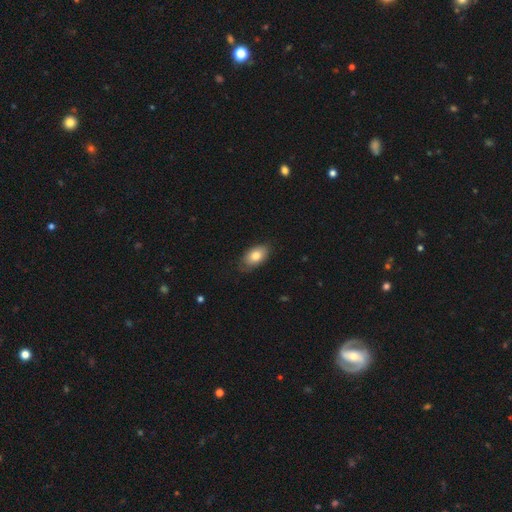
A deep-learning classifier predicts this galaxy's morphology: smooth_or_featured: smooth (p=0.80) [alt: featured or disk p=0.13]
how_rounded: in between (p=0.91) [alt: round p=0.07]
merging: none (p=0.76) [alt: minor disturbance p=0.19]